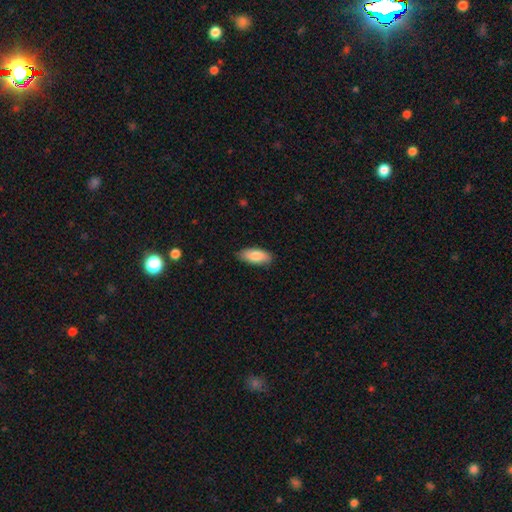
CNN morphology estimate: Overall: smooth (85%). How rounded: in between (85%). Merging: none (86%).